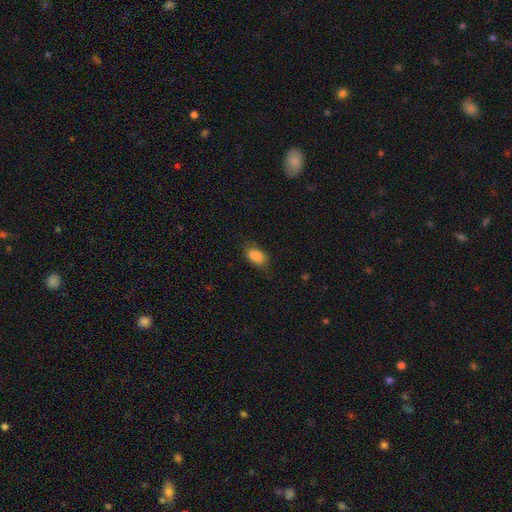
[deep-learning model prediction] Smooth or featured? smooth (87%)
How rounded? in between (90%)
Merging? none (76%)